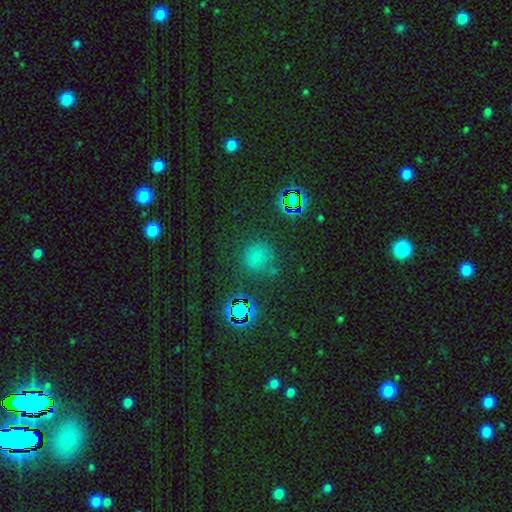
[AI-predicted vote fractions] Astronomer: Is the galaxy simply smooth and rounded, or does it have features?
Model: smooth — 57% (runner-up: star or artifact, 37%).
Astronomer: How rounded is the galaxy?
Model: round — 89%.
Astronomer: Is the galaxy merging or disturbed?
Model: none — 78%.